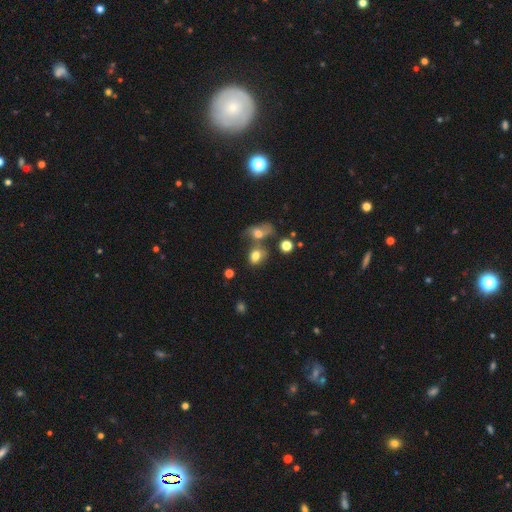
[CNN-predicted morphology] A smooth galaxy with no disk features (75%) that is in between round and cigar-shaped (62%). Merging: none (45%).